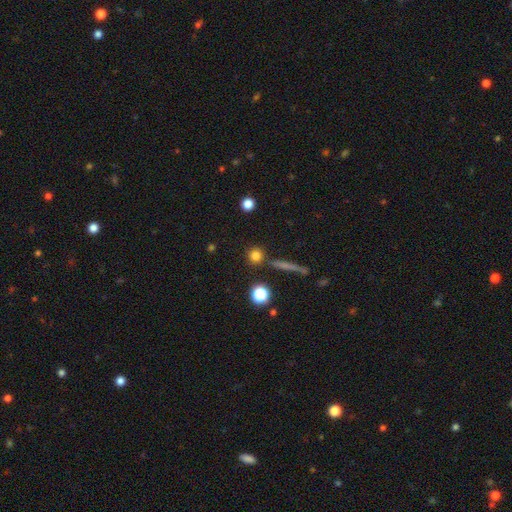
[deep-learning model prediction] Smooth or featured: smooth — 79% (star or artifact — 14%)
How rounded: round — 90% (in between — 6%)
Merging: none — 83% (merger — 7%)